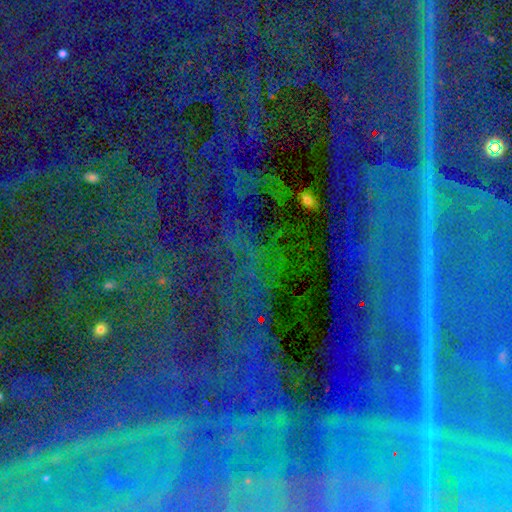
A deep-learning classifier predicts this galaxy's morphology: type=star or artifact (88%).